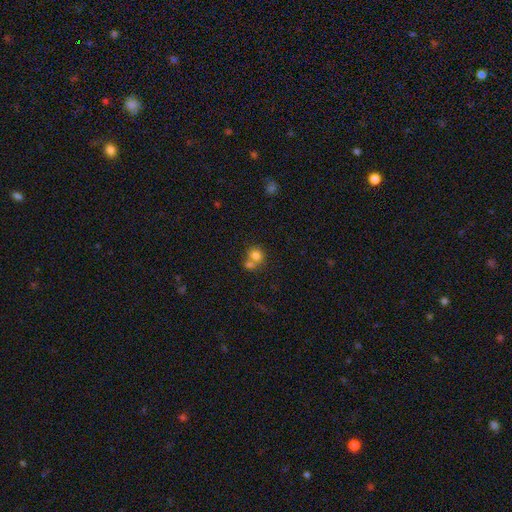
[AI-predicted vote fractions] smooth-or-featured: smooth: 76% | featured or disk: 13% | star or artifact: 12%
  how-rounded: round: 80% | in between: 19% | cigar-shaped: 1%
  merging: merger: 50% | none: 39% | minor disturbance: 8% | major disturbance: 3%